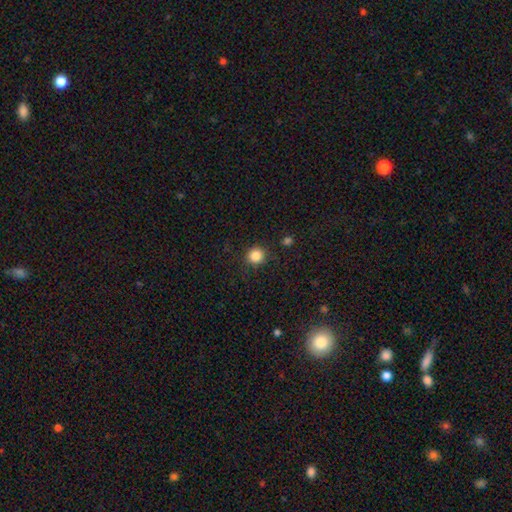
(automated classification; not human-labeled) The model was most divided on "smooth or featured": smooth: 85%, star or artifact: 11%, featured or disk: 4%. More confident: how rounded — round (93%); merging — none (88%).